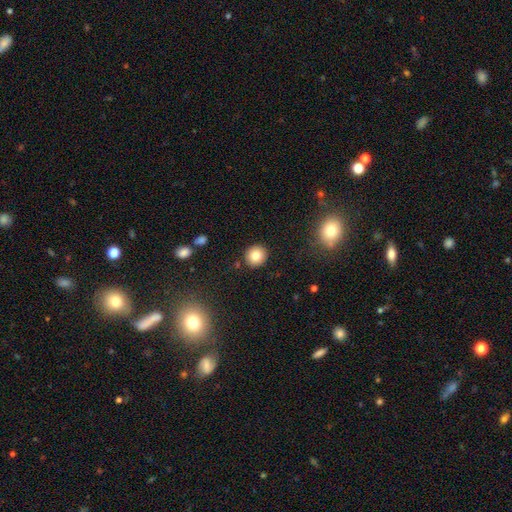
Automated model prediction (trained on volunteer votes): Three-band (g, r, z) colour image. It shows a smooth galaxy with no disk features (81%) that is round (88%). Merging: none (90%).